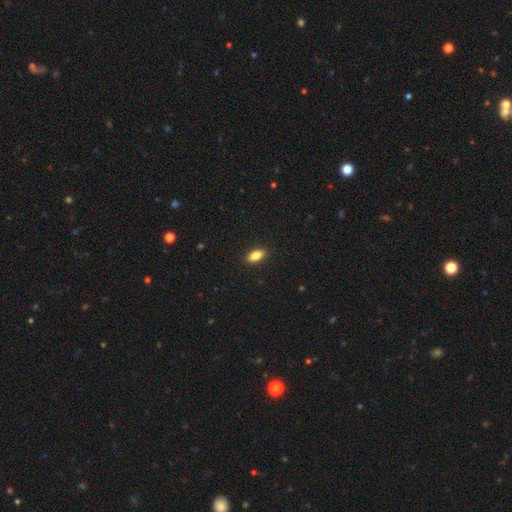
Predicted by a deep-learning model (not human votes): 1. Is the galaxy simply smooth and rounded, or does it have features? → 85% smooth, 8% star or artifact, 7% featured or disk.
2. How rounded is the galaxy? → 86% in between, 11% cigar-shaped, 3% round.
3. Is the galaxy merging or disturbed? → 90% none, 8% minor disturbance, 2% major disturbance, 1% merger.